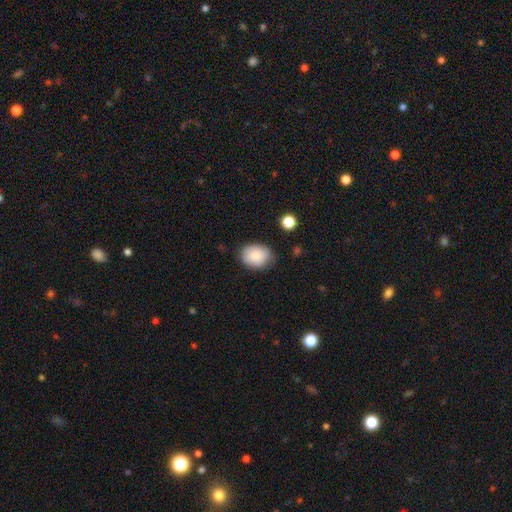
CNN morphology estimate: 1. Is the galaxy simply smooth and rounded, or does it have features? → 85% smooth, 7% star or artifact, 7% featured or disk.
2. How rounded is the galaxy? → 60% in between, 39% round, 1% cigar-shaped.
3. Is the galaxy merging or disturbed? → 76% none, 18% minor disturbance, 4% major disturbance, 2% merger.